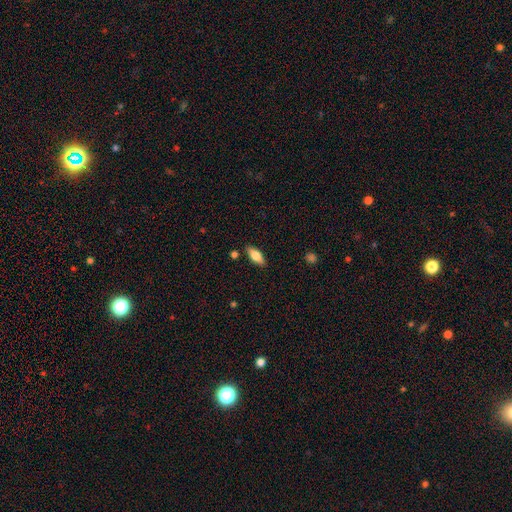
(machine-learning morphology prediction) smooth 71%, featured or disk 23%, star or artifact 7%. Down the decision tree: how rounded — in between (76%); merging — none (86%).